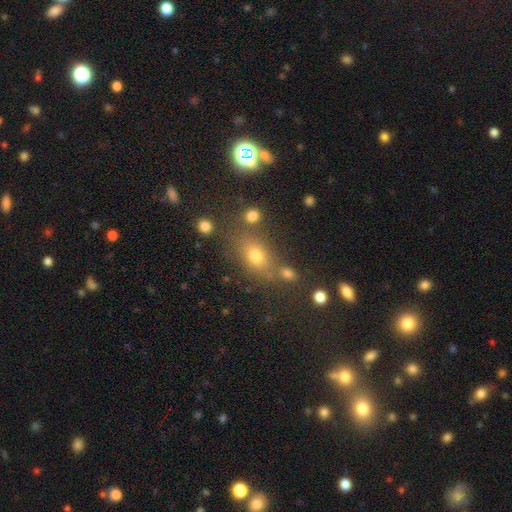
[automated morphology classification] Overall: star or artifact (56%; smooth 32%).